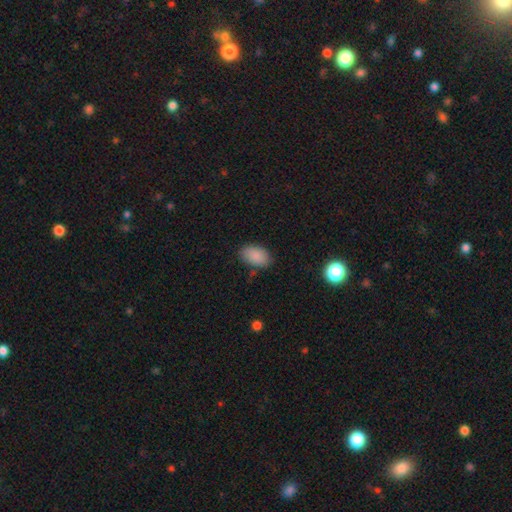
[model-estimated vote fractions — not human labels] The model was most divided on "merging": none: 83%, minor disturbance: 12%, major disturbance: 3%, merger: 2%. More confident: how rounded — in between (92%); smooth or featured — smooth (88%).